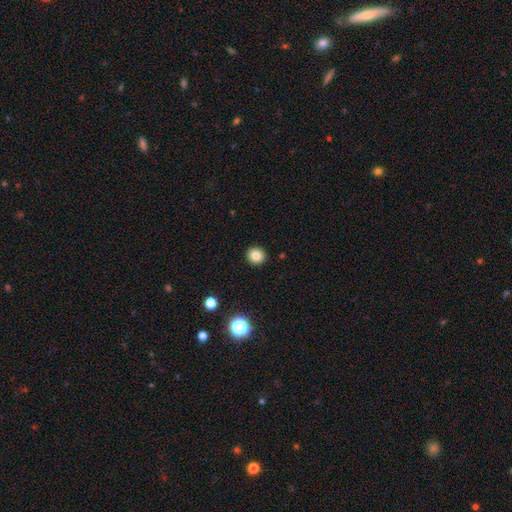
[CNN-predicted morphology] smooth-or-featured: smooth: 82% | star or artifact: 12% | featured or disk: 6%
  how-rounded: round: 89% | in between: 10% | cigar-shaped: 1%
  merging: none: 92% | minor disturbance: 5% | major disturbance: 2% | merger: 1%